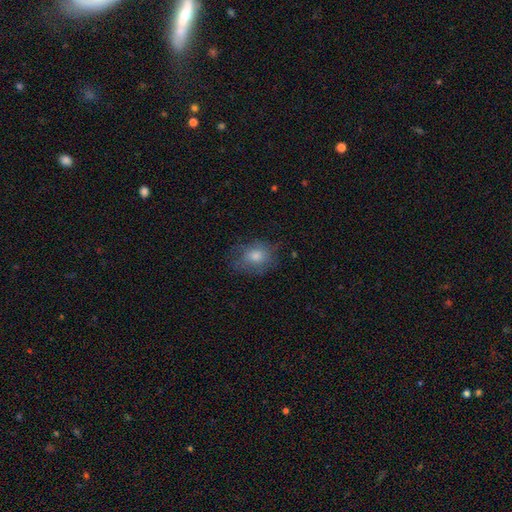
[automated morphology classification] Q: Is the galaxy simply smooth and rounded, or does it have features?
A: smooth — 67%.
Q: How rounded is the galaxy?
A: in between — 51%.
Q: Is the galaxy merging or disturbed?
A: none — 67%.